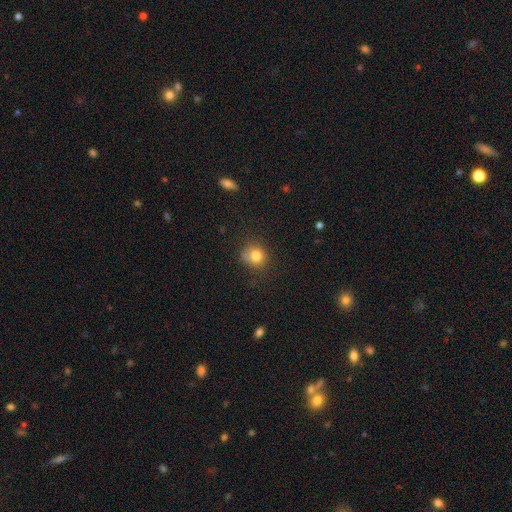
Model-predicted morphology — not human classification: Smooth or featured?
  - smooth: 80% *
  - star or artifact: 11%
  - featured or disk: 8%
How rounded?
  - round: 80% *
  - in between: 20%
  - cigar-shaped: 1%
Merging?
  - none: 67% *
  - minor disturbance: 22%
  - major disturbance: 7%
  - merger: 4%